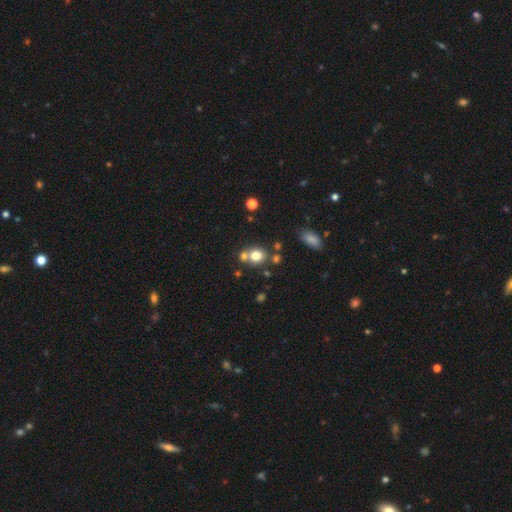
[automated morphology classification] This is likely a smooth galaxy (78%). How rounded: likely round (74%). Merging: possibly none (57%).